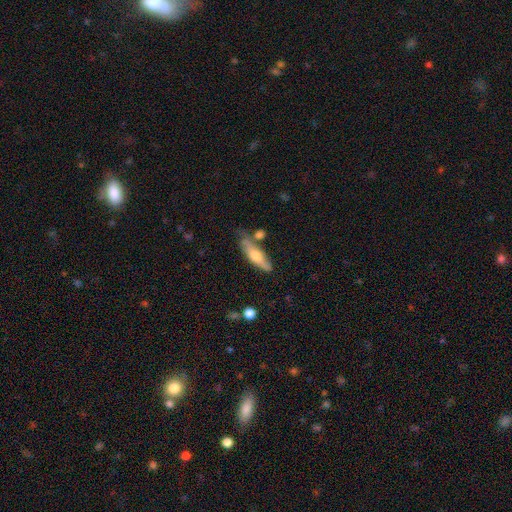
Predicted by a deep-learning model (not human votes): Q: Smooth or featured?
A: smooth (53%); runner-up: featured or disk (41%)
Q: How rounded?
A: cigar-shaped (62%); runner-up: in between (35%)
Q: Merging?
A: none (60%); runner-up: minor disturbance (23%)